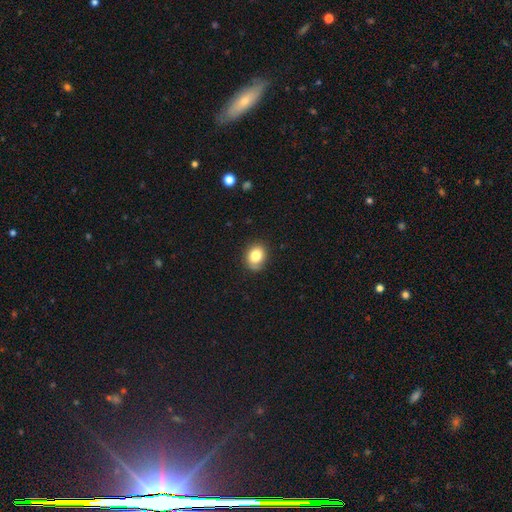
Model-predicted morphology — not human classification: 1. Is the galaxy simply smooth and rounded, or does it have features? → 80% smooth, 11% featured or disk, 10% star or artifact.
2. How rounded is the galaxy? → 53% round, 46% in between, 1% cigar-shaped.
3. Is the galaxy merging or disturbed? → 78% none, 17% minor disturbance, 4% major disturbance, 1% merger.